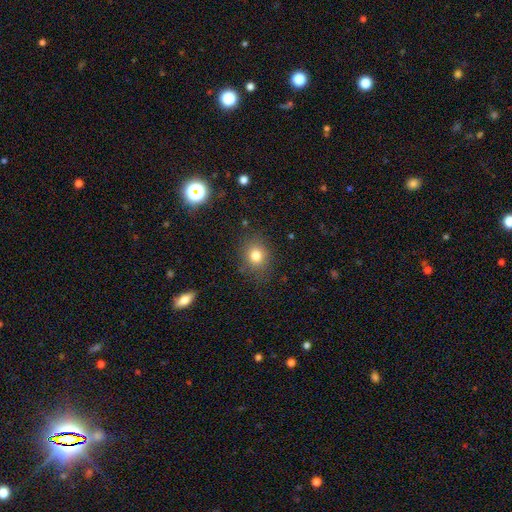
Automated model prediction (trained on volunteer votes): This appears to be a smooth galaxy with no disk features (79%) that is round (66%). Merging: none (84%).